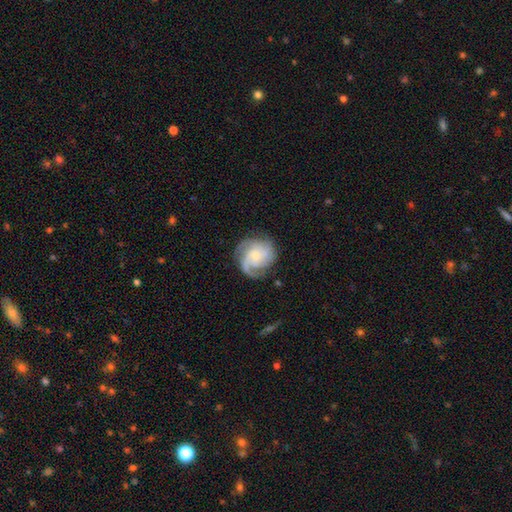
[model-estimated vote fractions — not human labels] Overall: featured or disk (83%). Edge-on disk: no (98%). Bar: no (71%). Spiral arms: yes (97%). Spiral arm count: 3 (41%; can't tell 18%). Spiral winding: tight (46%; medium 42%). Bulge size: small (62%; moderate 31%). Merging: none (73%).